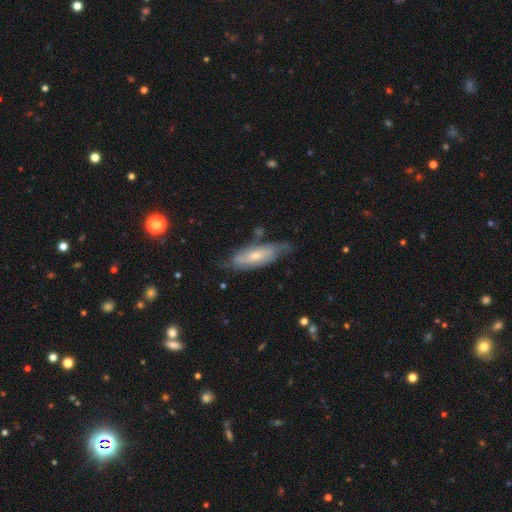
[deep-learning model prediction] Smooth or featured? Predicted: featured or disk (p=0.61). Edge-on disk? Predicted: no (p=0.79). Merging? Predicted: none (p=0.60).